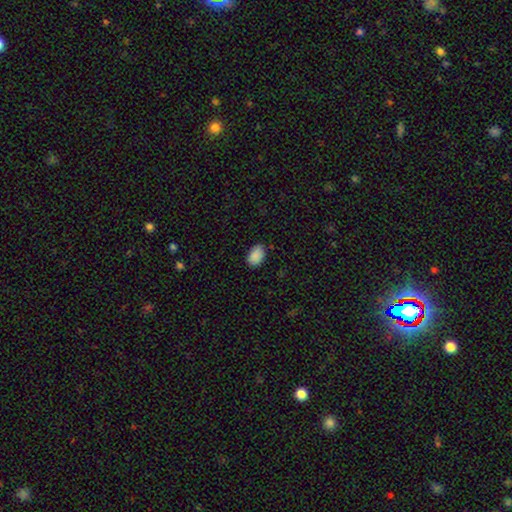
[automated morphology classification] This appears to be a smooth galaxy with no disk features (89%) that is in between round and cigar-shaped (90%). Merging: none (82%).